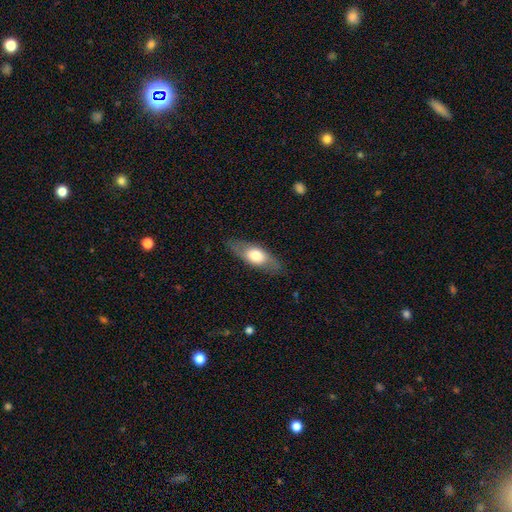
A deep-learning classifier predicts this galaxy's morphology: smooth 57%, featured or disk 37%, star or artifact 6%. Down the decision tree: how rounded — in between (71%); merging — none (81%).